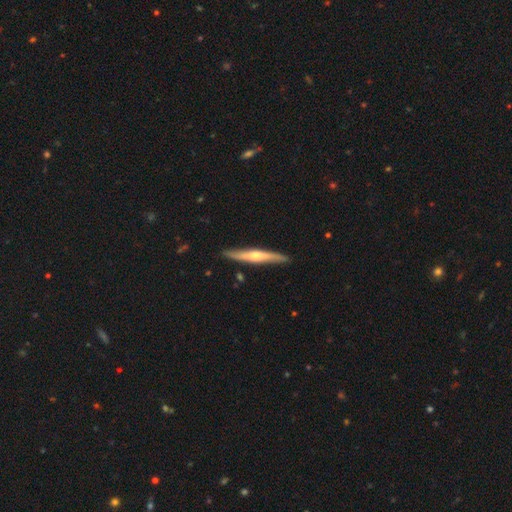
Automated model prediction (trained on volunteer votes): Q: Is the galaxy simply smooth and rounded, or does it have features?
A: featured or disk — 62%.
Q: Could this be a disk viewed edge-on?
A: yes — 95%.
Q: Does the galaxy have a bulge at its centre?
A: rounded — 82%.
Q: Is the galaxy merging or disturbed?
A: none — 88%.